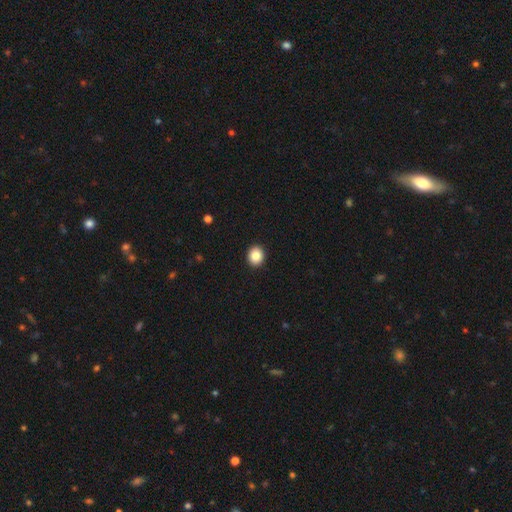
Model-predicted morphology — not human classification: A smooth galaxy with no disk features (86%) that is round (71%).

Vote fractions:
- Smooth or featured? smooth: 86% / star or artifact: 9% / featured or disk: 5%
- How rounded? round: 71% / in between: 28% / cigar-shaped: 1%
- Merging? none: 93% / minor disturbance: 5% / major disturbance: 1% / merger: 1%